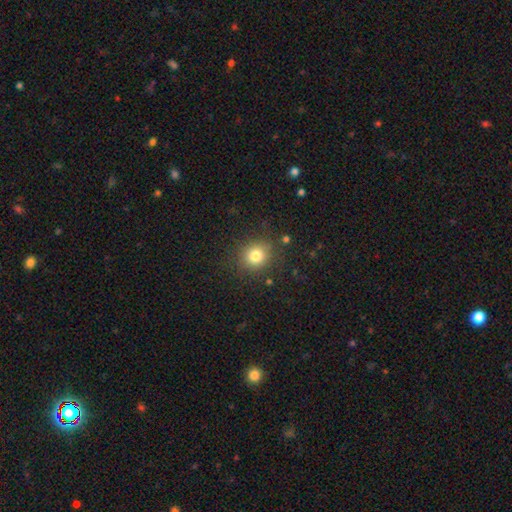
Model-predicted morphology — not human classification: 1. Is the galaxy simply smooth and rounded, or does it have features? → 80% smooth, 13% star or artifact, 7% featured or disk.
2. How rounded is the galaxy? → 81% round, 18% in between, 1% cigar-shaped.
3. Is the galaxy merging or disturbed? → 85% none, 10% minor disturbance, 3% major disturbance, 2% merger.